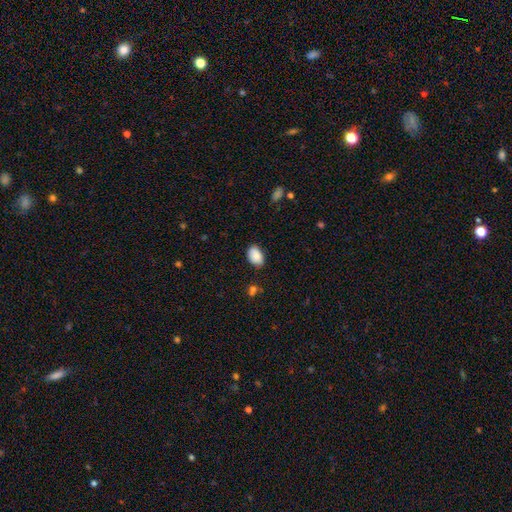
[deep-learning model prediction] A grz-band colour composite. It shows a smooth galaxy with no disk features (87%) that is in between round and cigar-shaped (91%). Merging: none (82%).